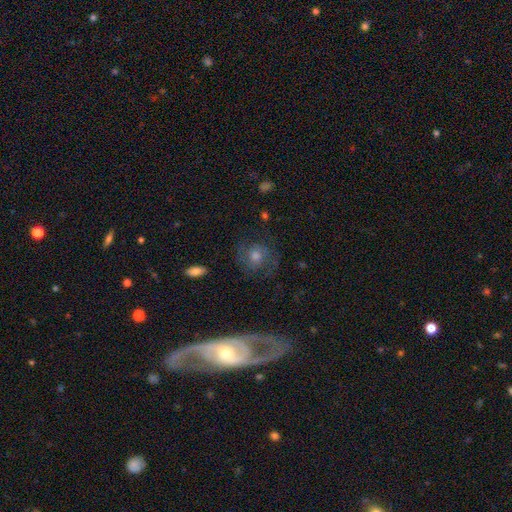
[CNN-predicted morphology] smooth-or-featured: featured or disk: 61% | smooth: 26% | star or artifact: 13%
  disk-edge-on: no: 94% | yes: 6%
    bar: no: 65% | weak: 27% | strong: 8%
    has-spiral-arms: yes: 86% | no: 14%
    bulge-size: moderate: 60% | small: 26% | large: 9% | none: 3% | dominant: 2%
  merging: none: 71% | minor disturbance: 14% | major disturbance: 12% | merger: 3%